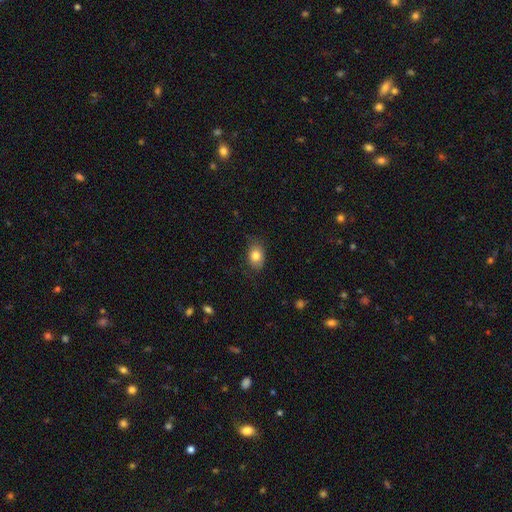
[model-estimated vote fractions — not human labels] A smooth galaxy with no disk features (81%) that is in between round and cigar-shaped (72%). Merging: none (77%).